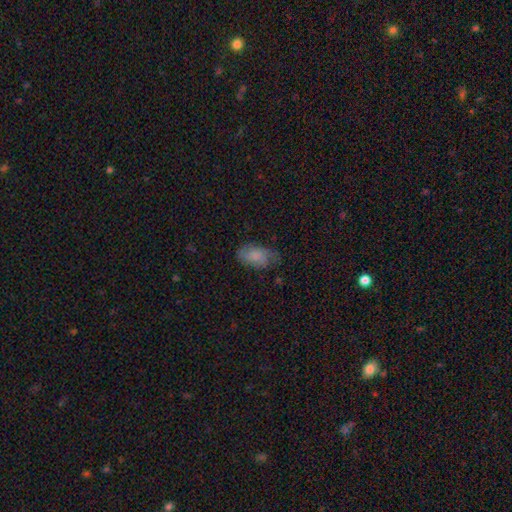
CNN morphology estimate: The model was most divided on "merging": none: 59%, minor disturbance: 29%, major disturbance: 10%, merger: 1%. More confident: how rounded — in between (92%); smooth or featured — smooth (72%).